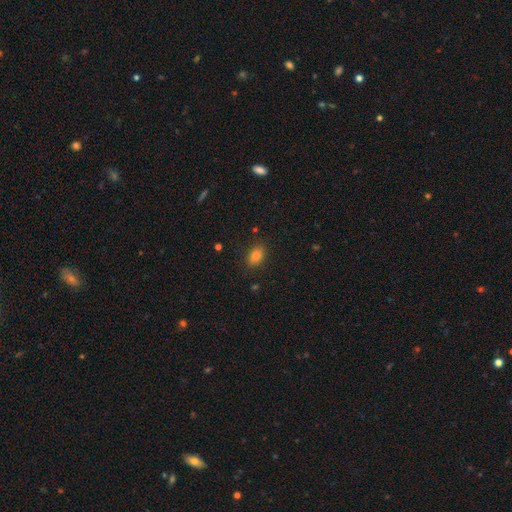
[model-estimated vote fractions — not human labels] This appears to be a smooth galaxy with no disk features (81%) that is in between round and cigar-shaped (80%). Merging: none (85%).